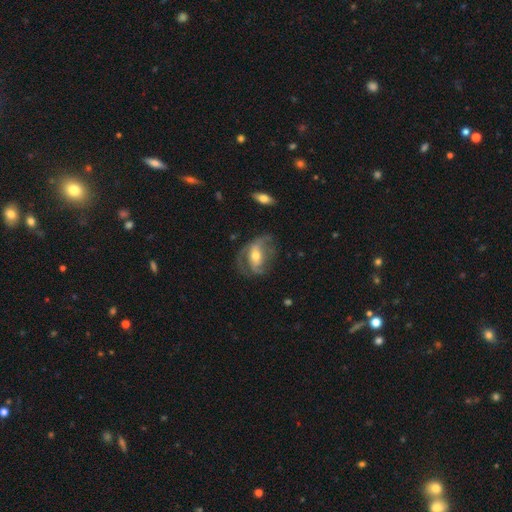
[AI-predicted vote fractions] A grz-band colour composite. It shows a featured or disk galaxy (66%) with no bar (36%), spiral arms (69%) and a moderate central bulge (66%). Merging: none (46%).